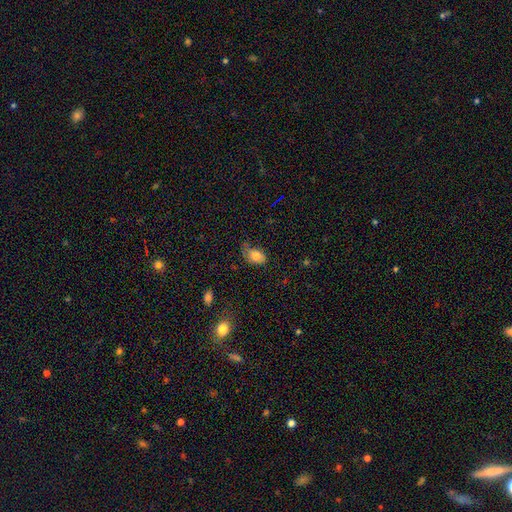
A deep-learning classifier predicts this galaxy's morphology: smooth 82%, featured or disk 9%, star or artifact 9%. Down the decision tree: how rounded — in between (87%); merging — none (48%).